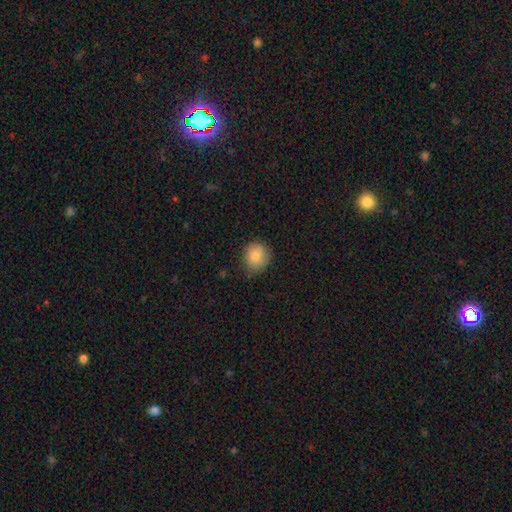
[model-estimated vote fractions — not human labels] smooth_or_featured: smooth (p=0.84) [alt: star or artifact p=0.09]
how_rounded: round (p=0.81) [alt: in between p=0.18]
merging: none (p=0.74) [alt: minor disturbance p=0.21]